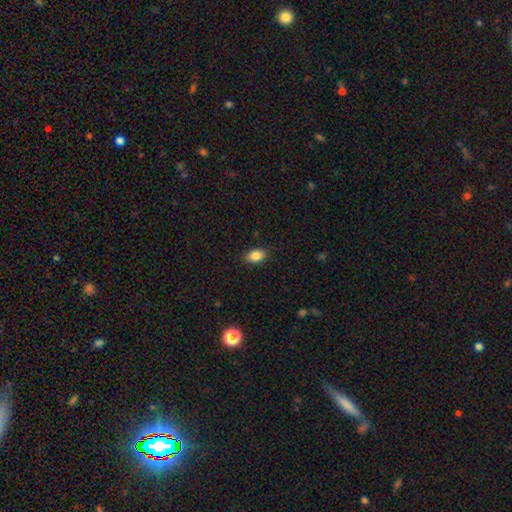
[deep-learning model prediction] This appears to be a smooth galaxy with no disk features (86%) that is in between round and cigar-shaped (86%). Merging: none (88%).